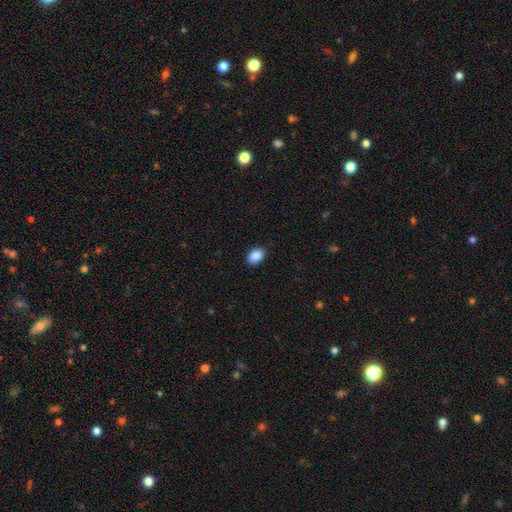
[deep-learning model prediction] A smooth galaxy with no disk features (90%) that is in between round and cigar-shaped (83%).

Vote fractions:
- Smooth or featured? smooth: 90% / star or artifact: 7% / featured or disk: 3%
- How rounded? in between: 83% / round: 16% / cigar-shaped: 1%
- Merging? none: 89% / minor disturbance: 8% / major disturbance: 2% / merger: 1%